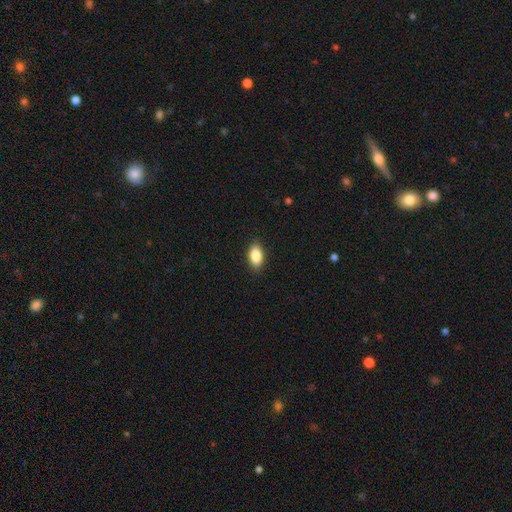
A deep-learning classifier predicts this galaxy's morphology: smooth 87%, star or artifact 7%, featured or disk 6%. Down the decision tree: how rounded — in between (91%); merging — none (89%).